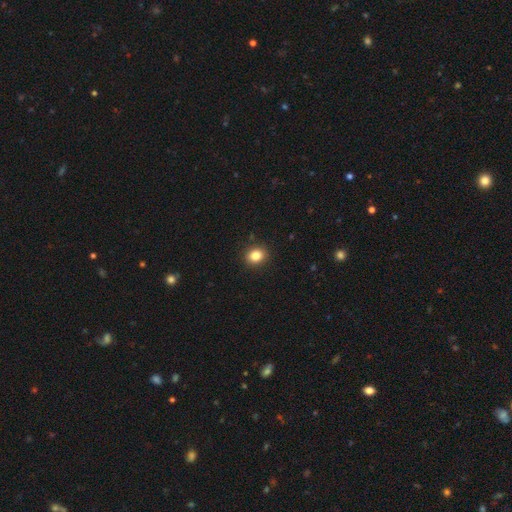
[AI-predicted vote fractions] smooth-or-featured: smooth: 84% | star or artifact: 11% | featured or disk: 6%
  how-rounded: round: 64% | in between: 35% | cigar-shaped: 1%
  merging: none: 91% | minor disturbance: 6% | major disturbance: 2% | merger: 1%